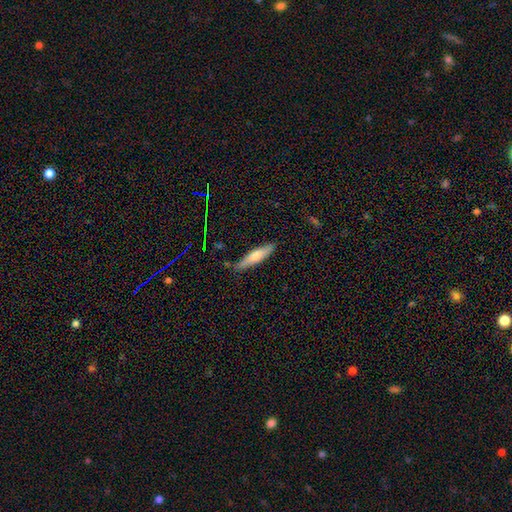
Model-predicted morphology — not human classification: Smooth or featured? Predicted: smooth (p=0.64). How rounded? Predicted: cigar-shaped (p=0.77). Merging? Predicted: none (p=0.83).